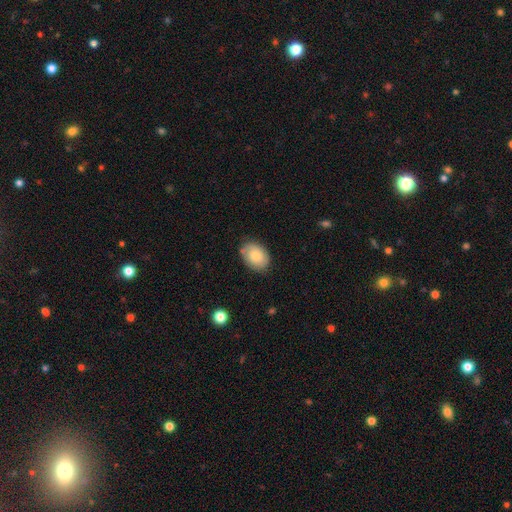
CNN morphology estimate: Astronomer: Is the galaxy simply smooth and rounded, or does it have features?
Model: smooth — 77%.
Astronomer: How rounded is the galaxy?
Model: in between — 80%.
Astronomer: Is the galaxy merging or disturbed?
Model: none — 80%.